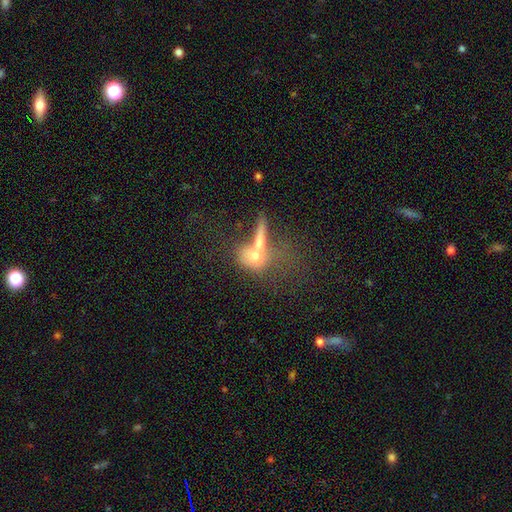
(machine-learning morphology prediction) Q: Smooth or featured?
A: smooth (62%); runner-up: featured or disk (27%)
Q: How rounded?
A: in between (47%); runner-up: round (40%)
Q: Merging?
A: merger (54%); runner-up: none (24%)